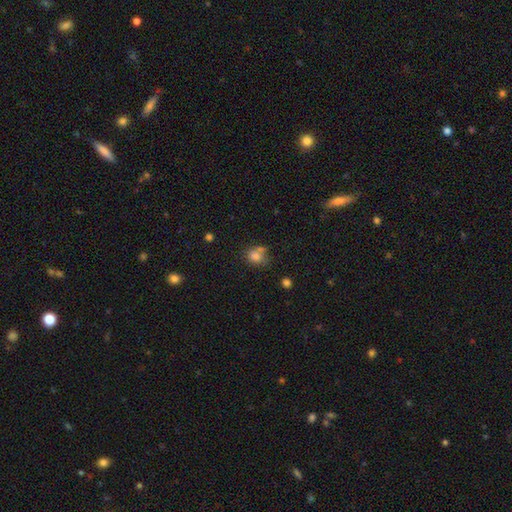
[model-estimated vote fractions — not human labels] Smooth or featured: smooth — 79% (star or artifact — 12%)
How rounded: round — 59% (in between — 40%)
Merging: none — 50% (merger — 26%)